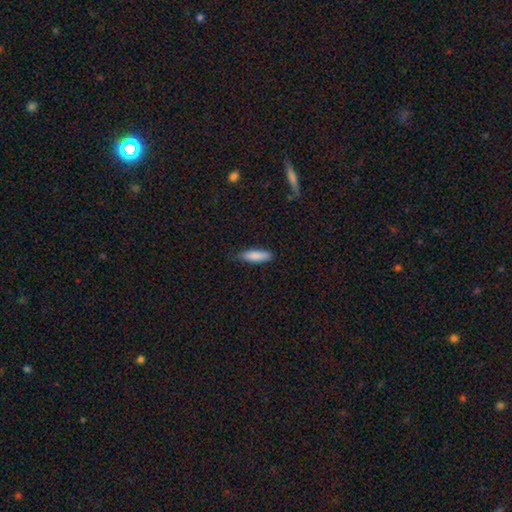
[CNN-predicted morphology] A smooth galaxy with no disk features (86%) that is cigar-shaped (62%).

Vote fractions:
- Smooth or featured? smooth: 86% / featured or disk: 8% / star or artifact: 6%
- How rounded? cigar-shaped: 62% / in between: 37% / round: 1%
- Merging? none: 80% / minor disturbance: 16% / major disturbance: 3% / merger: 1%